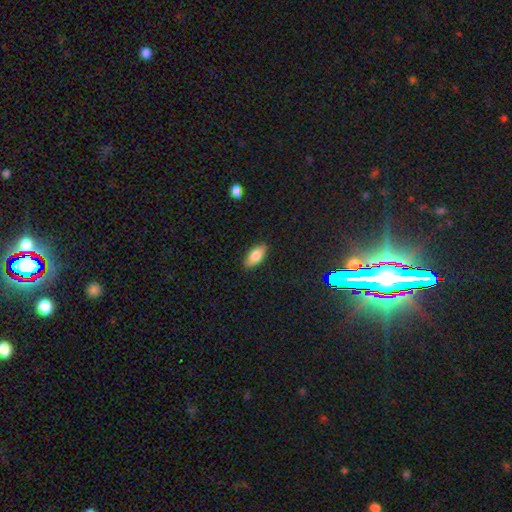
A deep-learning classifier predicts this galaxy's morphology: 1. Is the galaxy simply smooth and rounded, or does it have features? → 80% smooth, 13% featured or disk, 7% star or artifact.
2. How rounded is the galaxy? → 87% in between, 10% cigar-shaped, 3% round.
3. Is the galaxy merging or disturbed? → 88% none, 9% minor disturbance, 2% major disturbance, 1% merger.